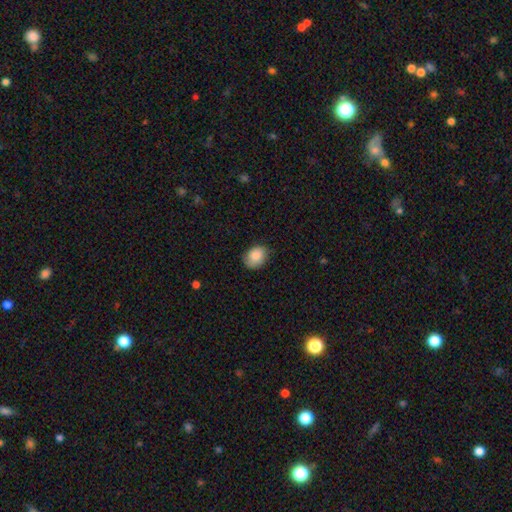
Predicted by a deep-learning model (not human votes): Morphology: type=smooth (86%); roundness=in between (61%); merging=none (74%).